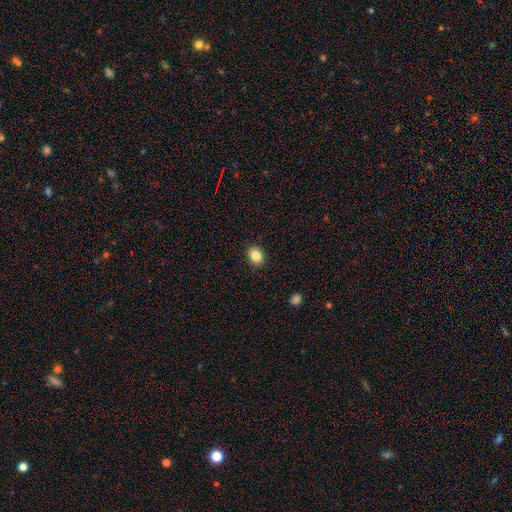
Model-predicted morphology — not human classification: Smooth or featured?
  - smooth: 85% *
  - star or artifact: 10%
  - featured or disk: 5%
How rounded?
  - round: 50% *
  - in between: 49%
  - cigar-shaped: 1%
Merging?
  - none: 90% *
  - minor disturbance: 7%
  - major disturbance: 2%
  - merger: 1%